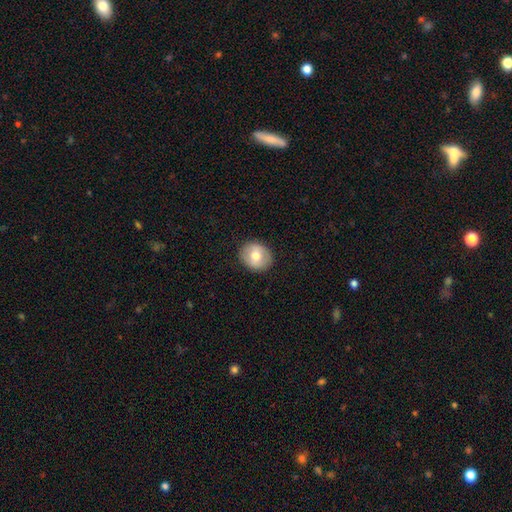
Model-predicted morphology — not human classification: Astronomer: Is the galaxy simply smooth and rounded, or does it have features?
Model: smooth — 69%.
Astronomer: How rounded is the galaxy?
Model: round — 75%.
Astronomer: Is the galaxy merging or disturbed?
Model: none — 90%.